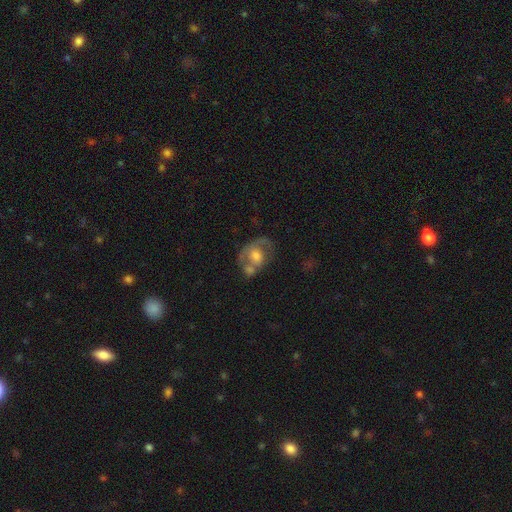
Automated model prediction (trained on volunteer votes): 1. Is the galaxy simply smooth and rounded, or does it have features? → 50% featured or disk, 42% smooth, 7% star or artifact.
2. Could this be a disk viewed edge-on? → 96% no, 4% yes.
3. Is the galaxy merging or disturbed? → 36% merger, 29% none, 18% minor disturbance, 17% major disturbance.